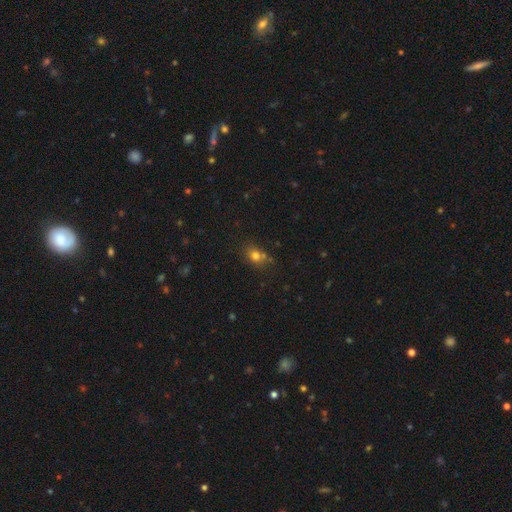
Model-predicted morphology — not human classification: This is likely a smooth galaxy (75%). How rounded: possibly round (54%). Merging: likely none (63%).